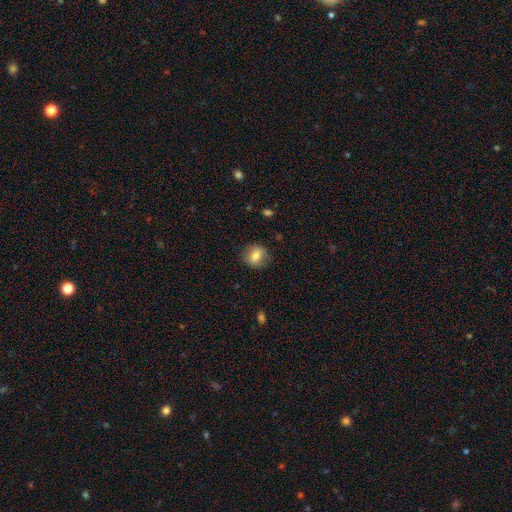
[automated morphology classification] type=smooth (77%); roundness=round (66%); merging=none (82%).